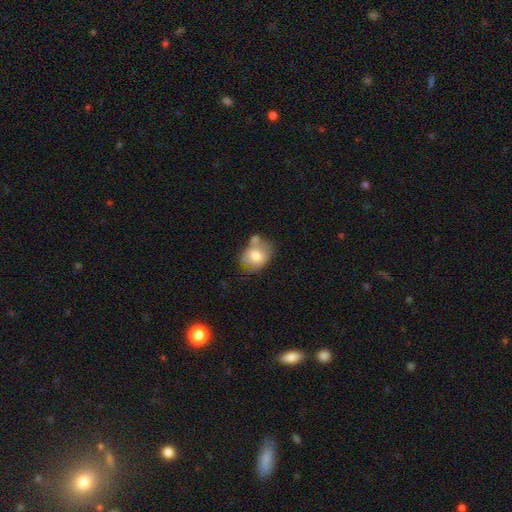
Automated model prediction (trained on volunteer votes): smooth_or_featured: smooth (p=0.71) [alt: featured or disk p=0.21]
how_rounded: in between (p=0.55) [alt: round p=0.44]
merging: none (p=0.40) [alt: merger p=0.30]